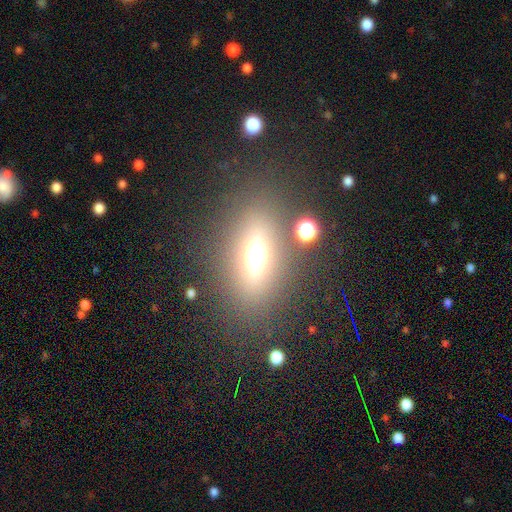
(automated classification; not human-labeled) Morphology: type=smooth (50%); merging=none (79%).